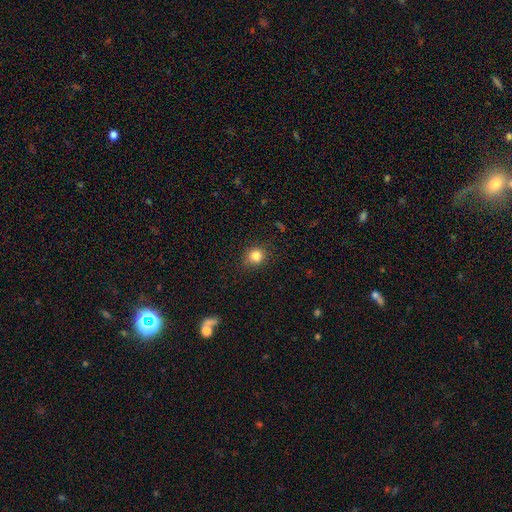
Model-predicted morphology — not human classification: A smooth galaxy with no disk features (83%) that is round (78%). Merging: none (82%).